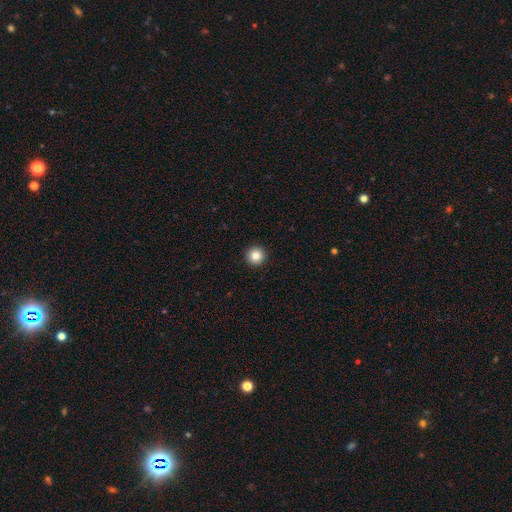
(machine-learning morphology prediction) Smooth or featured: smooth — 86% (star or artifact — 10%)
How rounded: round — 96% (in between — 3%)
Merging: none — 94% (minor disturbance — 4%)